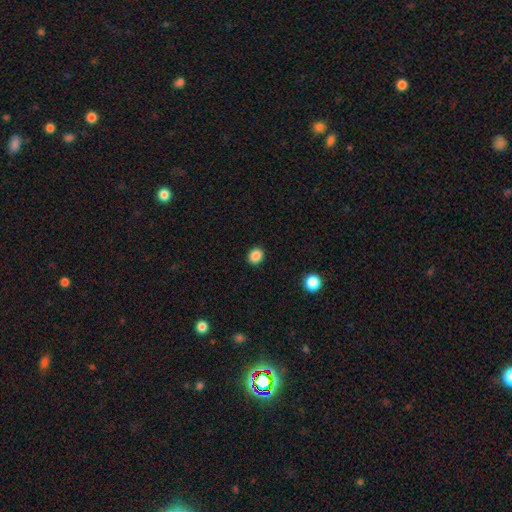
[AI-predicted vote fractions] Q: Smooth or featured?
A: smooth (87%); runner-up: star or artifact (10%)
Q: How rounded?
A: round (68%); runner-up: in between (32%)
Q: Merging?
A: none (91%); runner-up: minor disturbance (6%)